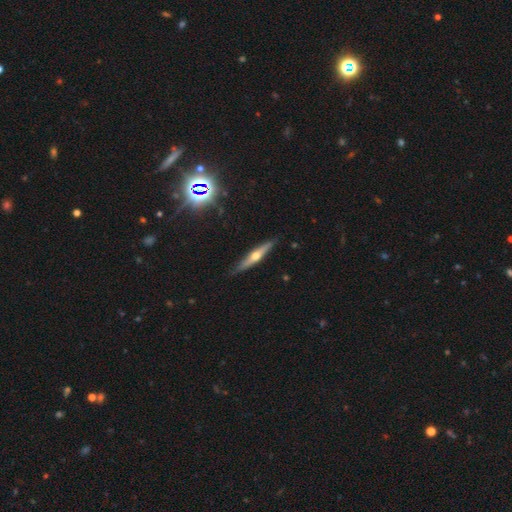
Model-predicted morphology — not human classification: A featured or disk galaxy (63%) viewed edge-on (94%) with a rounded central bulge (91%).

Vote fractions:
- Smooth or featured? featured or disk: 63% / smooth: 30% / star or artifact: 7%
- Edge-on disk? yes: 94% / no: 6%
- Edge-on bulge? rounded: 91% / none: 6% / boxy: 3%
- Merging? none: 85% / minor disturbance: 12% / major disturbance: 2% / merger: 1%